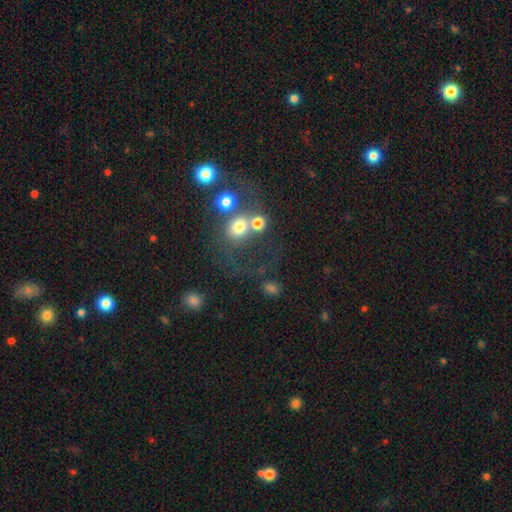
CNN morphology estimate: Smooth or featured? Predicted: smooth (p=0.43). Merging? Predicted: merger (p=0.41).